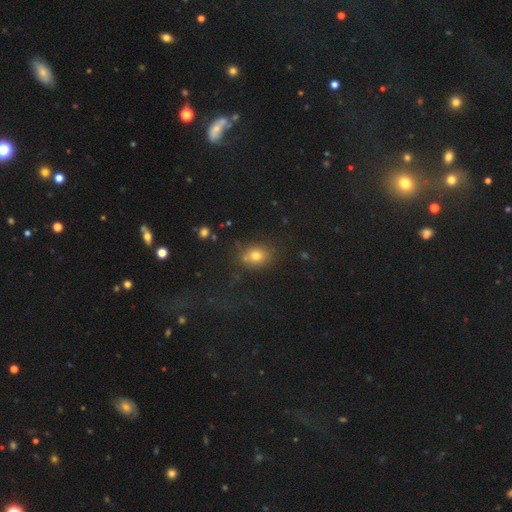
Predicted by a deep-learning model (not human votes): Smooth or featured? Predicted: smooth (p=0.74). How rounded? Predicted: round (p=0.50). Merging? Predicted: none (p=0.71).